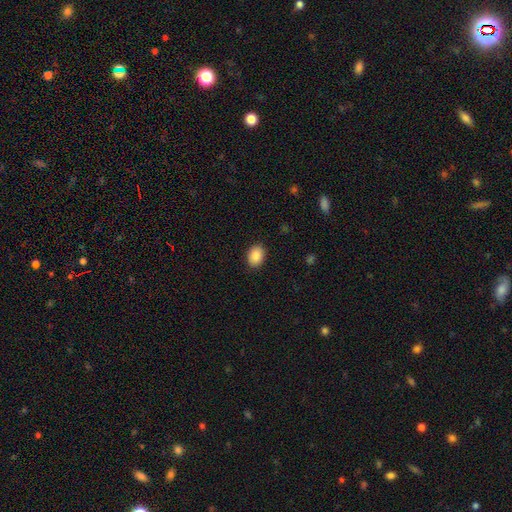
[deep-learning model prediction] Smooth or featured: smooth — 89% (star or artifact — 8%)
How rounded: in between — 70% (round — 29%)
Merging: none — 89% (minor disturbance — 8%)